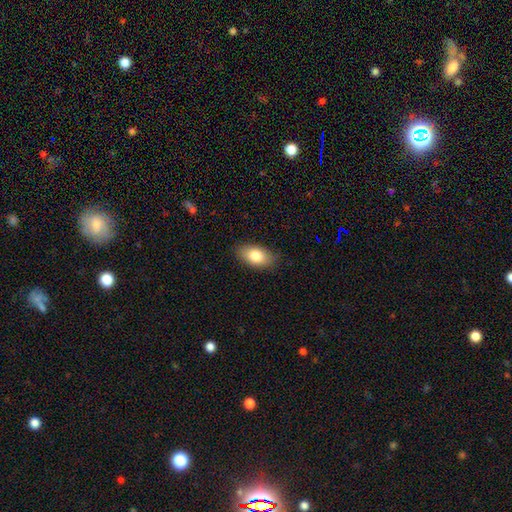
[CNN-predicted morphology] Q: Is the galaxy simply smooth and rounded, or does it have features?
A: smooth — 81%.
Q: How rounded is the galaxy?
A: in between — 92%.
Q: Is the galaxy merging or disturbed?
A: none — 86%.